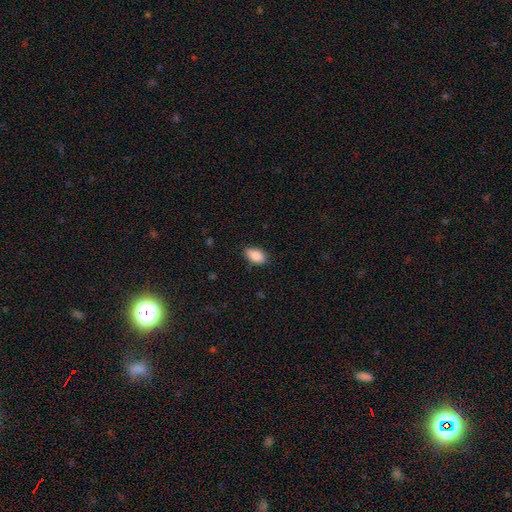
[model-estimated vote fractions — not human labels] Smooth or featured? Predicted: smooth (p=0.89). How rounded? Predicted: in between (p=0.92). Merging? Predicted: none (p=0.82).